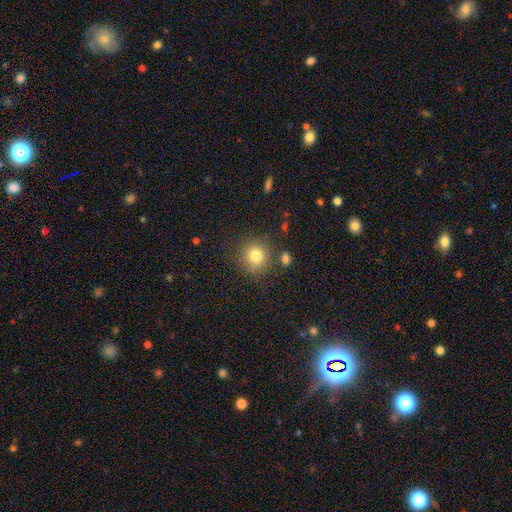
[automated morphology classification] The model was most divided on "merging": none: 80%, minor disturbance: 11%, merger: 5%, major disturbance: 4%. More confident: how rounded — round (88%); smooth or featured — smooth (81%).